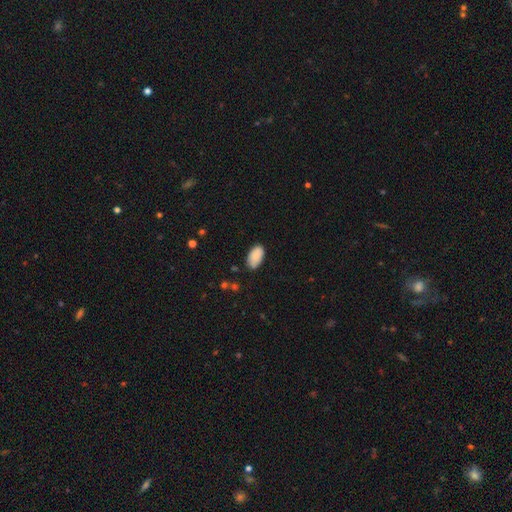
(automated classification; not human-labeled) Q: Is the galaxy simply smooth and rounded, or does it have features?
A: smooth — 88%.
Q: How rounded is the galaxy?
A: in between — 95%.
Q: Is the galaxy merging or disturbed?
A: none — 77%.